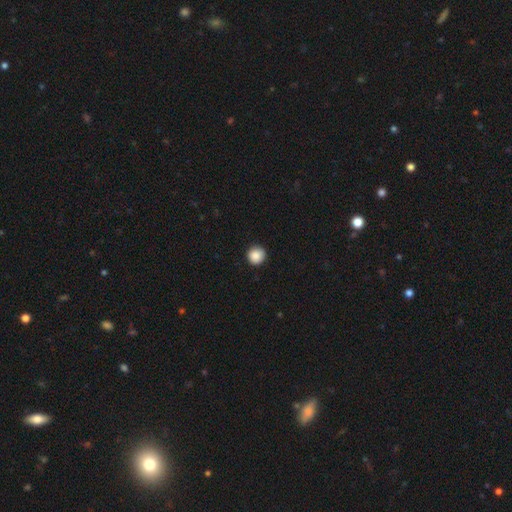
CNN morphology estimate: This is clearly a smooth galaxy (88%). How rounded: clearly round (94%). Merging: clearly none (91%).